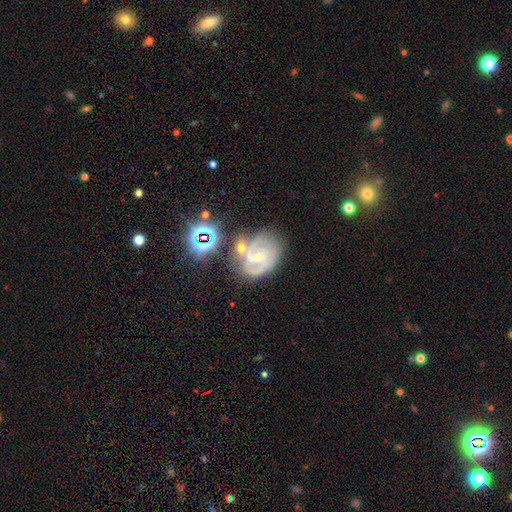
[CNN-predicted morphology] featured or disk 60%, star or artifact 22%, smooth 17%. Down the decision tree: edge-on disk — no (96%); bar — no (46%); spiral arms — yes (82%); bulge size — small (71%); merging — none (55%).